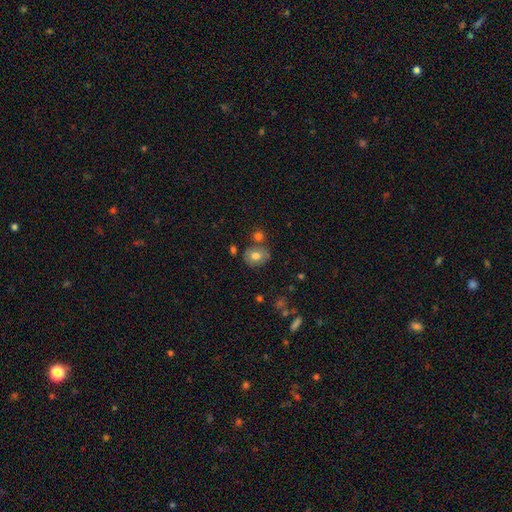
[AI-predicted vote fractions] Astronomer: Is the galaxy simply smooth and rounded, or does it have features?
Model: smooth — 69%.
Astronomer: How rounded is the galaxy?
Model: round — 62% (runner-up: in between, 37%).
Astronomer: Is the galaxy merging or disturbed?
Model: none — 66%.